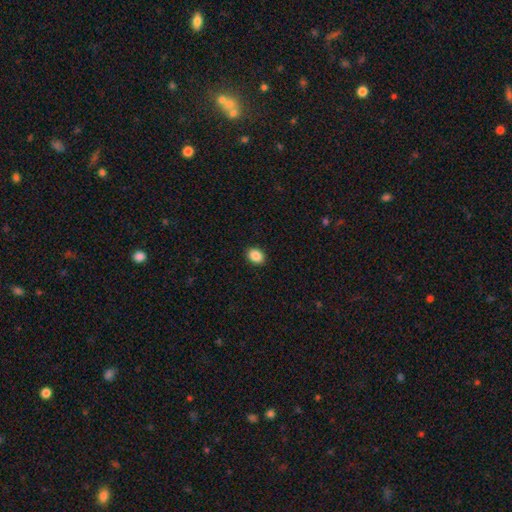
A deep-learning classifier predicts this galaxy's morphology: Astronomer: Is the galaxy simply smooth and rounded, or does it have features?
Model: smooth — 88%.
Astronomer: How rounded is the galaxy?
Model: in between — 65%.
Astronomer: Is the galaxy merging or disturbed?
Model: none — 91%.